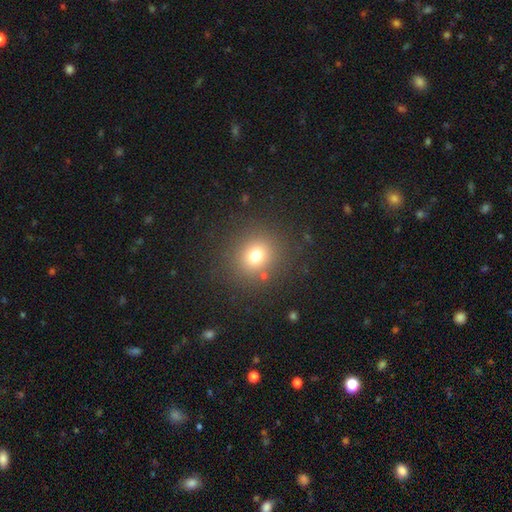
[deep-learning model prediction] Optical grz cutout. It shows a smooth galaxy with no disk features (74%) that is round (85%). Merging: none (85%).